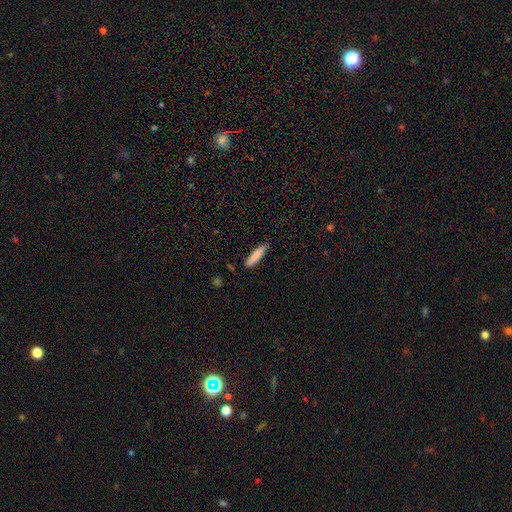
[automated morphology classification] This appears to be a smooth galaxy with no disk features (84%) that is cigar-shaped (82%). Merging: none (88%).